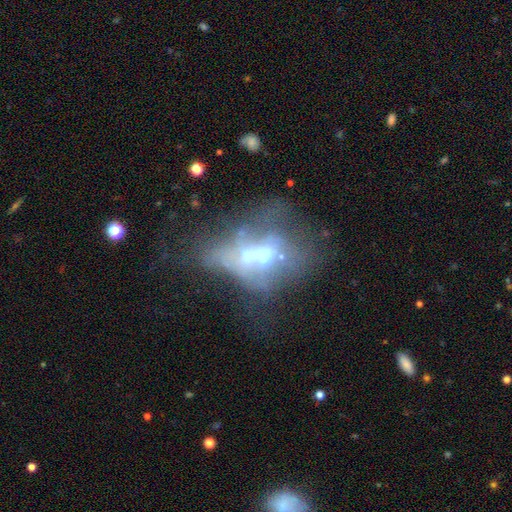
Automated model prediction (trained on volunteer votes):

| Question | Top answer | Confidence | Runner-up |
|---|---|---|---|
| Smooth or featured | featured or disk | 59% | smooth (25%) |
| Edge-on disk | no | 94% | yes (6%) |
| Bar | no | 85% | weak (10%) |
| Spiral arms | no | 91% | yes (9%) |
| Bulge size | moderate | 41% | small (28%) |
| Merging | merger | 42% | major disturbance (32%) |